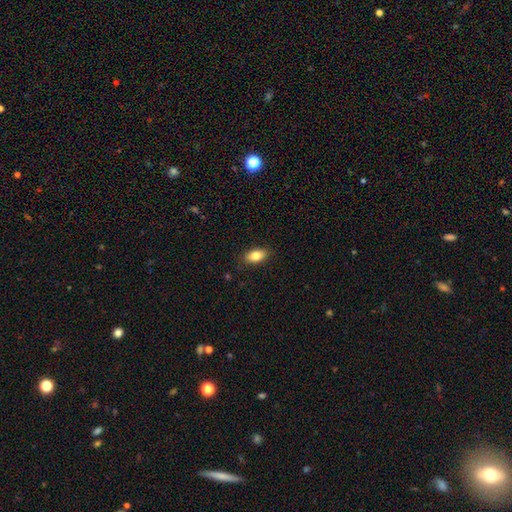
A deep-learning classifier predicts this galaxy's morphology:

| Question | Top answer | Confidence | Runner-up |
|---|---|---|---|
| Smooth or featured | smooth | 84% | featured or disk (9%) |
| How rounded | in between | 90% | round (6%) |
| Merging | none | 87% | minor disturbance (10%) |